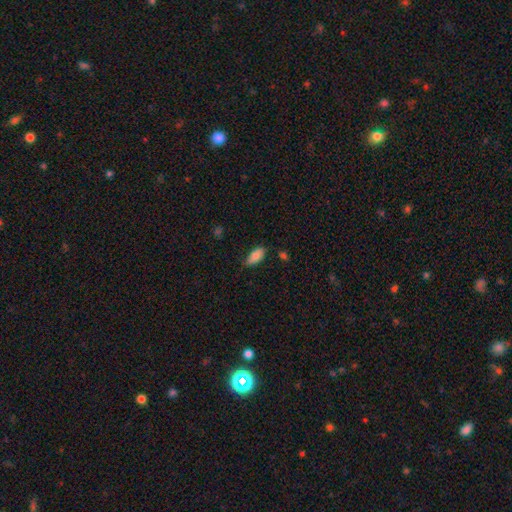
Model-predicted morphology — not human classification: The model was most divided on "merging": none: 69%, minor disturbance: 25%, major disturbance: 4%, merger: 2%. More confident: how rounded — in between (90%); smooth or featured — smooth (81%).